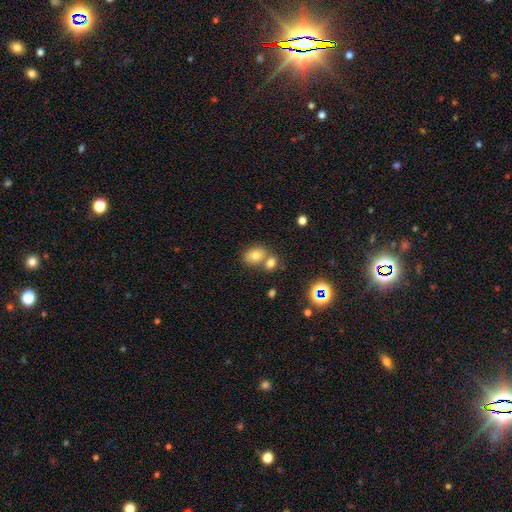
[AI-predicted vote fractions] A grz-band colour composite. It shows a smooth galaxy with no disk features (75%) that is in between round and cigar-shaped (70%). Merging: none (48%).